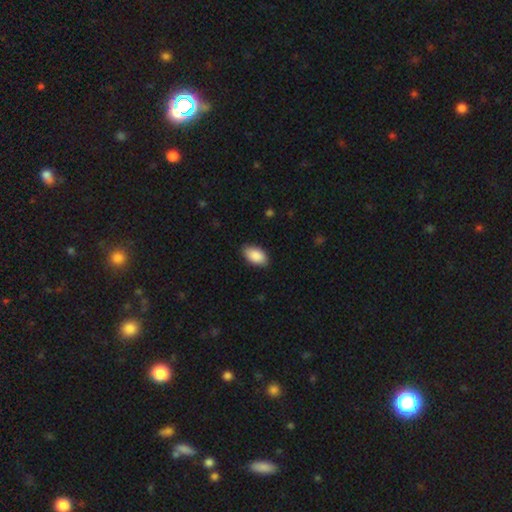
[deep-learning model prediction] This appears to be a smooth galaxy with no disk features (90%) that is in between round and cigar-shaped (95%). Merging: none (85%).